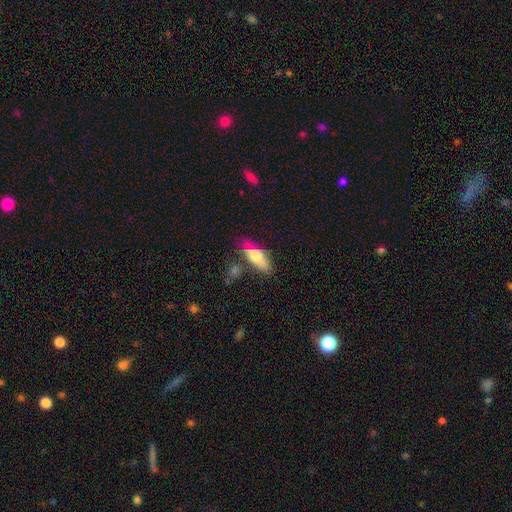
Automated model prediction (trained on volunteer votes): Overall: smooth (68%). How rounded: in between (70%). Merging: none (61%; minor disturbance 24%).